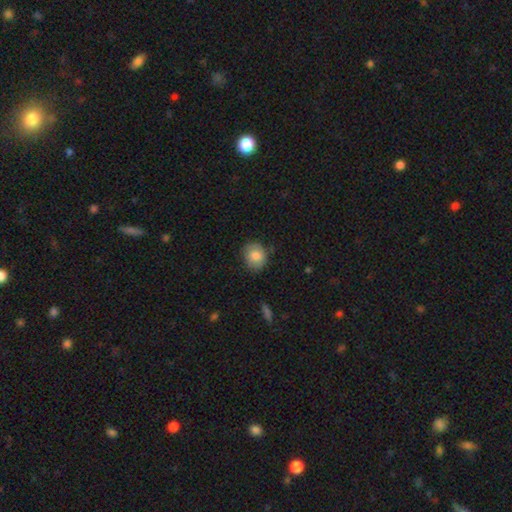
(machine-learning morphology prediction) A smooth galaxy with no disk features (80%) that is round (66%).

Vote fractions:
- Smooth or featured? smooth: 80% / featured or disk: 12% / star or artifact: 7%
- How rounded? round: 66% / in between: 33% / cigar-shaped: 1%
- Merging? none: 77% / minor disturbance: 18% / major disturbance: 4% / merger: 1%